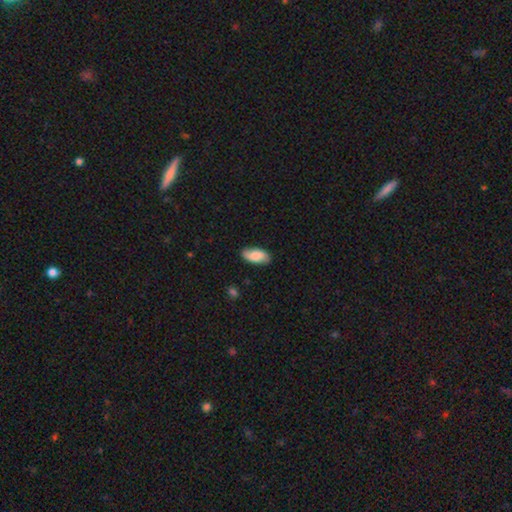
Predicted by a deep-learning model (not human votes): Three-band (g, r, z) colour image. It shows a smooth galaxy with no disk features (77%) that is in between round and cigar-shaped (91%). Merging: none (83%).